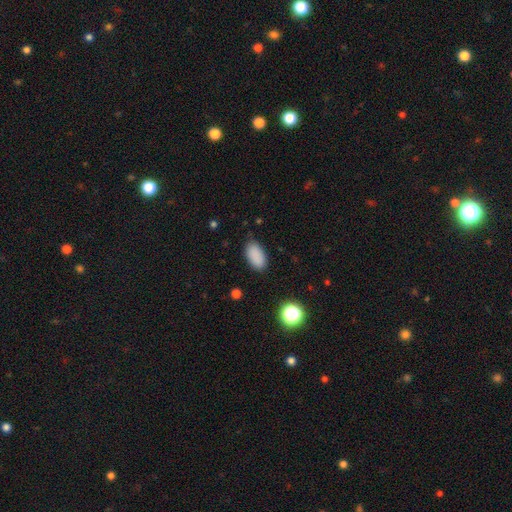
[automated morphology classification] A smooth galaxy with no disk features (87%) that is in between round and cigar-shaped (94%). Merging: none (82%).